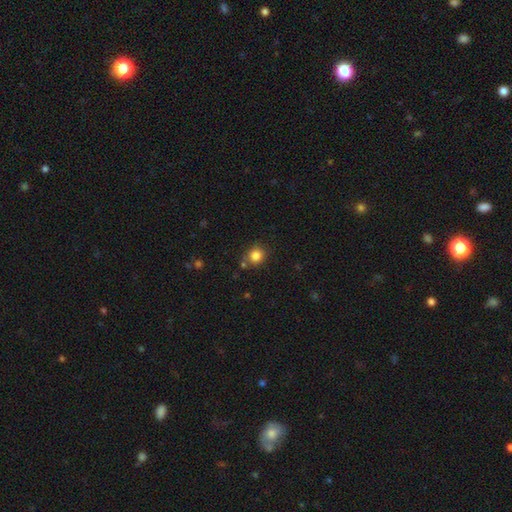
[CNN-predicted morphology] smooth 84%, star or artifact 11%, featured or disk 5%. Down the decision tree: how rounded — round (83%); merging — none (75%).